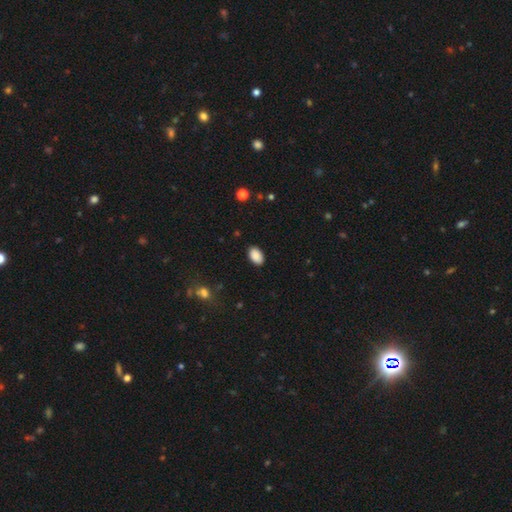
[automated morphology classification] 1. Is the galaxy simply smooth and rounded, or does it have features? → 90% smooth, 7% star or artifact, 3% featured or disk.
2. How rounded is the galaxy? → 91% in between, 7% round, 1% cigar-shaped.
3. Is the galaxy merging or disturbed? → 88% none, 8% minor disturbance, 2% major disturbance, 1% merger.